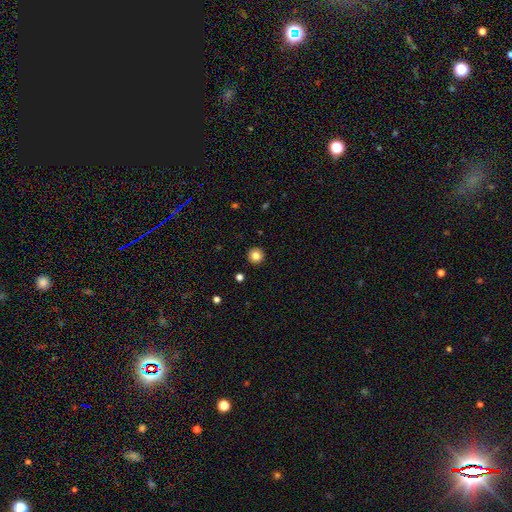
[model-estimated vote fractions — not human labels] Smooth or featured: smooth — 83% (star or artifact — 11%)
How rounded: round — 96% (in between — 3%)
Merging: none — 93% (minor disturbance — 4%)